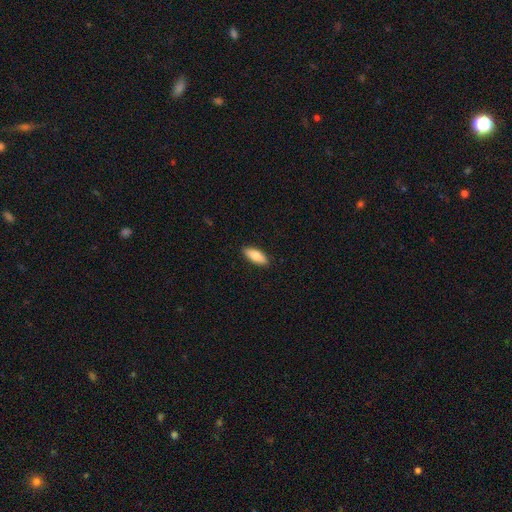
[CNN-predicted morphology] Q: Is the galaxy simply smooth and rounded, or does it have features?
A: smooth — 78%.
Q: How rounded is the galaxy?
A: in between — 73%.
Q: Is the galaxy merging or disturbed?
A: none — 90%.